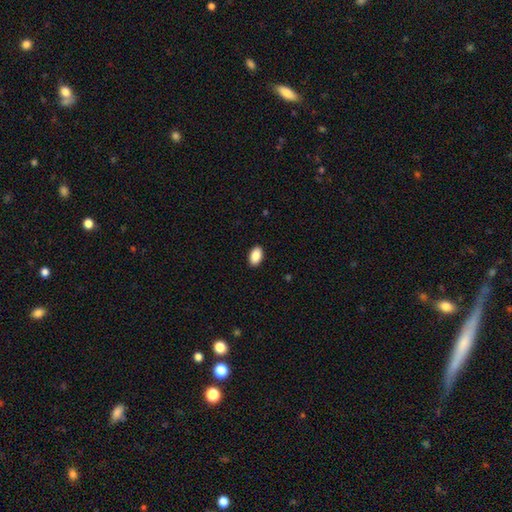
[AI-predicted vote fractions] Smooth or featured? smooth (90%)
How rounded? in between (94%)
Merging? none (91%)